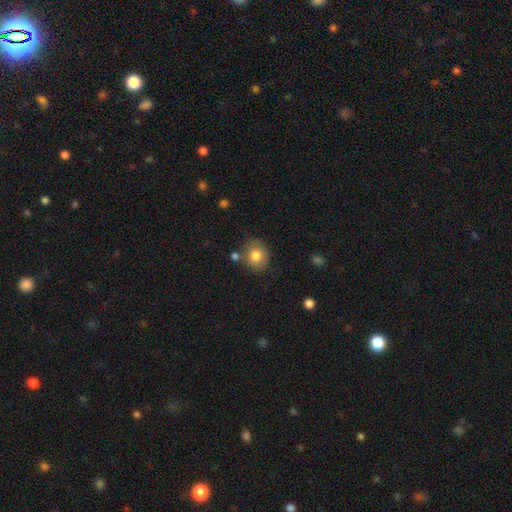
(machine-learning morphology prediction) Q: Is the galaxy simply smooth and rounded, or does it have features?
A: smooth — 79%.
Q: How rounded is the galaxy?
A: round — 70%.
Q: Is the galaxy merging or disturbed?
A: none — 75%.